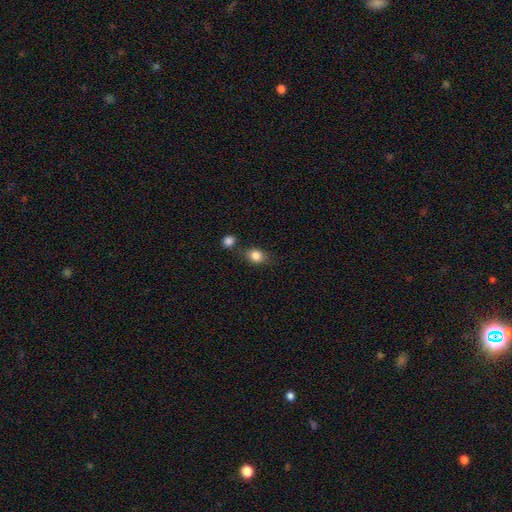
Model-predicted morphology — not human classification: Q: Smooth or featured?
A: smooth (83%); runner-up: star or artifact (10%)
Q: How rounded?
A: in between (55%); runner-up: round (44%)
Q: Merging?
A: none (69%); runner-up: minor disturbance (15%)